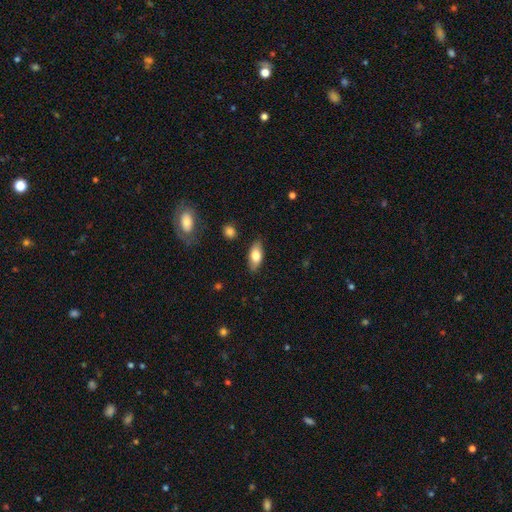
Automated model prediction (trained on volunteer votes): This appears to be a smooth galaxy with no disk features (77%) that is in between round and cigar-shaped (88%). Merging: none (85%).